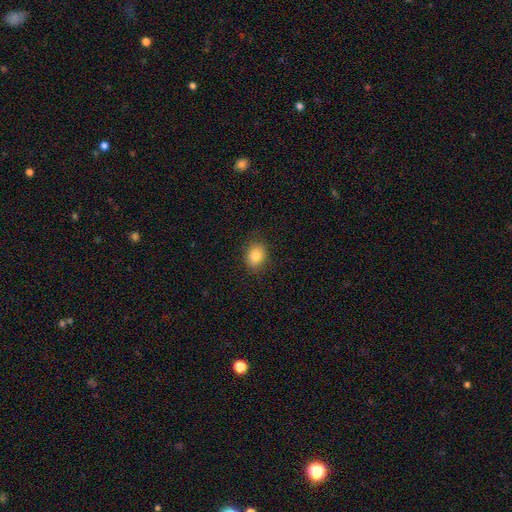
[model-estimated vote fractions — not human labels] The model was most divided on "how rounded": in between: 55%, round: 44%, cigar-shaped: 1%. More confident: merging — none (87%); smooth or featured — smooth (84%).